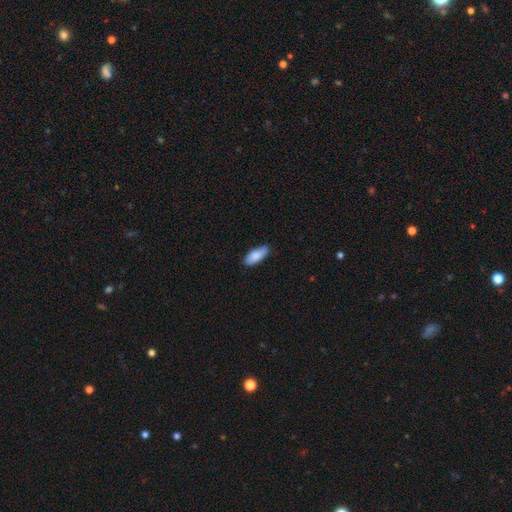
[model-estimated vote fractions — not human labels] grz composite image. It shows a smooth galaxy with no disk features (84%) that is in between round and cigar-shaped (79%). Merging: none (76%).